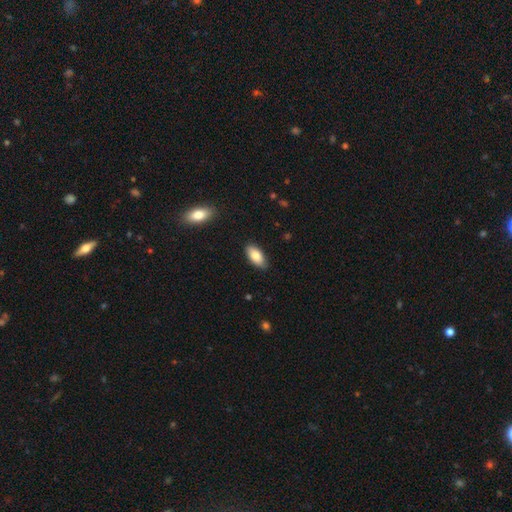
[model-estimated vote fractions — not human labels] This appears to be a smooth galaxy with no disk features (83%) that is in between round and cigar-shaped (91%). Merging: none (86%).